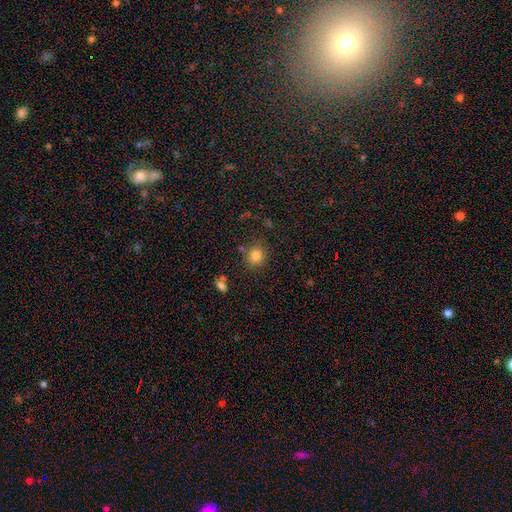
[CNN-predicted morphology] smooth_or_featured: smooth (p=0.82) [alt: star or artifact p=0.12]
how_rounded: round (p=0.79) [alt: in between p=0.20]
merging: none (p=0.80) [alt: minor disturbance p=0.11]